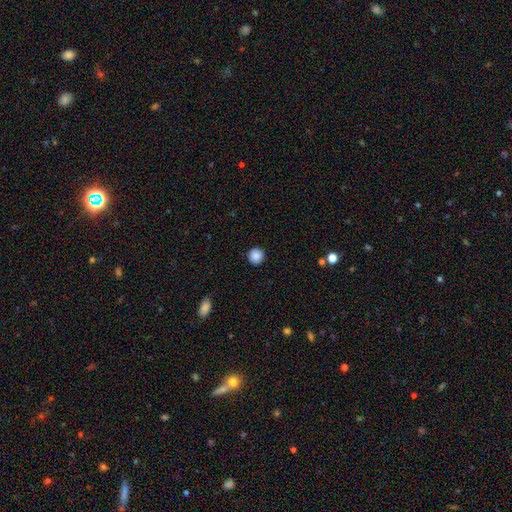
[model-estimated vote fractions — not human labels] This is clearly a smooth galaxy (88%). How rounded: clearly round (95%). Merging: clearly none (92%).